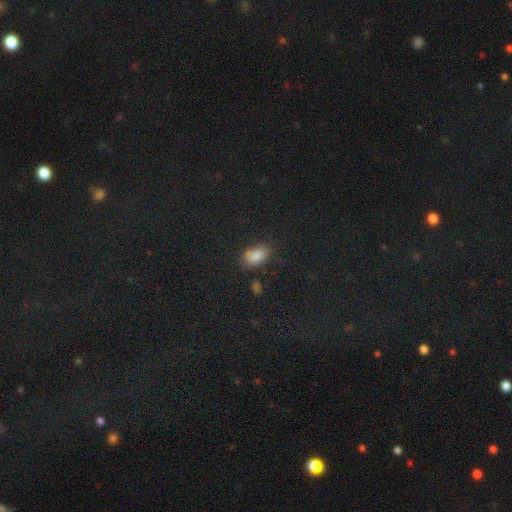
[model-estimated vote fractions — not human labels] A smooth galaxy with no disk features (76%) that is in between round and cigar-shaped (87%).

Vote fractions:
- Smooth or featured? smooth: 76% / star or artifact: 18% / featured or disk: 6%
- How rounded? in between: 87% / round: 11% / cigar-shaped: 3%
- Merging? none: 71% / minor disturbance: 19% / major disturbance: 6% / merger: 4%